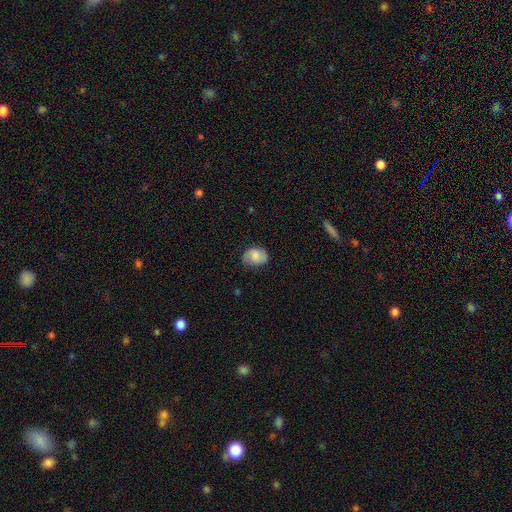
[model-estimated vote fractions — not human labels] Morphology: type=smooth (67%); roundness=in between (57%); merging=none (70%).